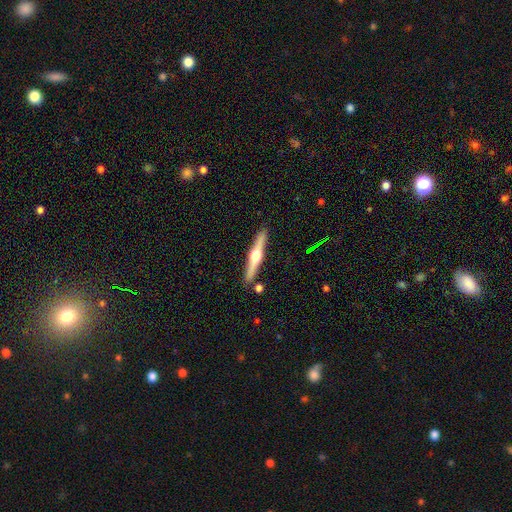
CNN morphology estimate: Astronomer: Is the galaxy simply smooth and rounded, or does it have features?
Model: featured or disk — 73%.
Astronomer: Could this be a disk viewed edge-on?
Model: yes — 98%.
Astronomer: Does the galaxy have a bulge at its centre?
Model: rounded — 94%.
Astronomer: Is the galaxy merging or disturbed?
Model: none — 87%.